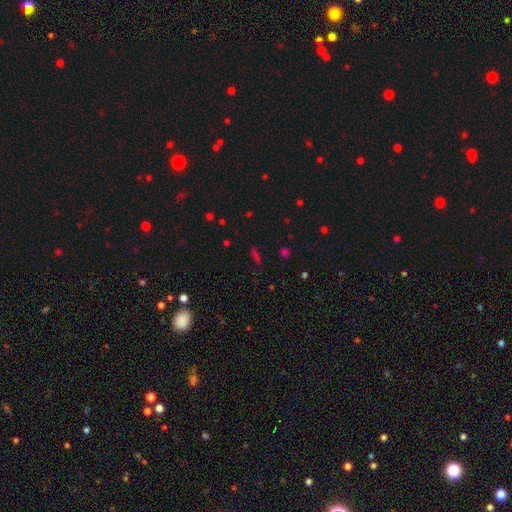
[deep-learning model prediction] This appears to be a smooth galaxy with no disk features (52%) that is in between round and cigar-shaped (55%). Merging: none (76%).